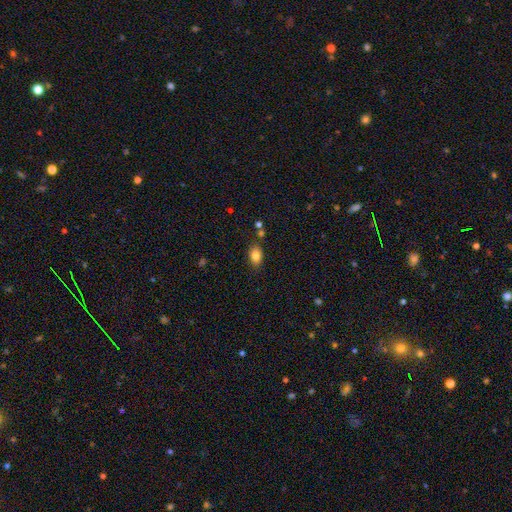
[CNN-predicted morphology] smooth 83%, star or artifact 10%, featured or disk 7%. Down the decision tree: how rounded — in between (77%); merging — none (79%).